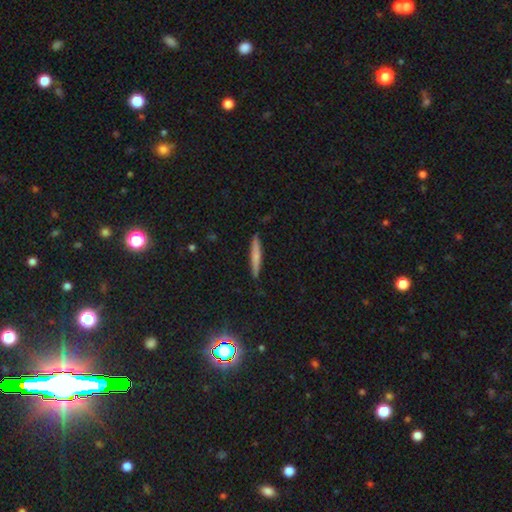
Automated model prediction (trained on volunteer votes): Smooth or featured? Predicted: smooth (p=0.65). How rounded? Predicted: cigar-shaped (p=0.94). Merging? Predicted: none (p=0.89).